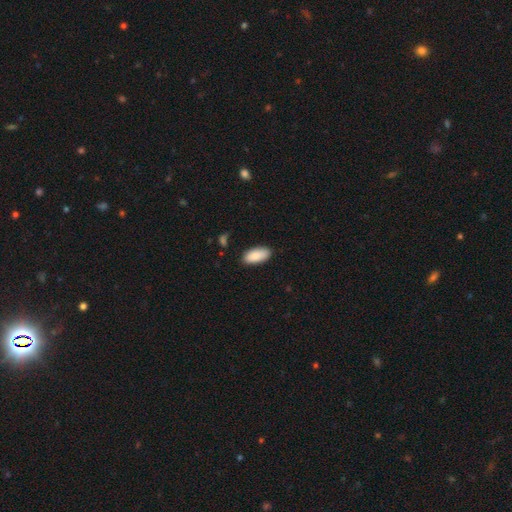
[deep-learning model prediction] Overall: smooth (88%). How rounded: in between (92%). Merging: none (85%).